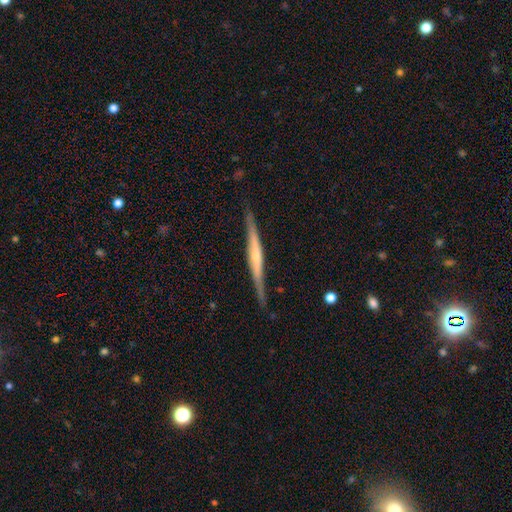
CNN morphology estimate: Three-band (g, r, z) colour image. It shows a featured or disk galaxy (75%) viewed edge-on (97%) with a rounded central bulge (63%). Merging: none (86%).